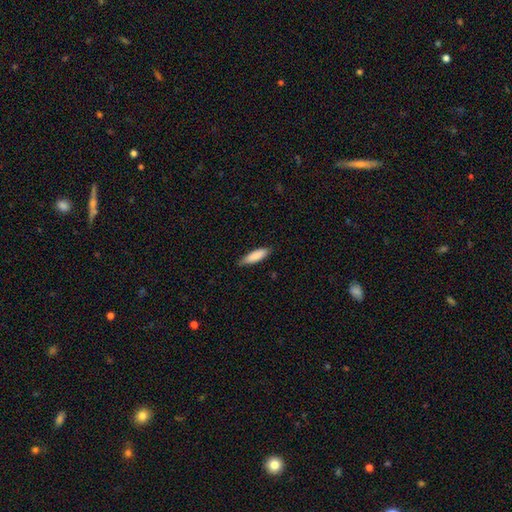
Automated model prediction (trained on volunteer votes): Morphology: type=smooth (87%); roundness=cigar-shaped (57%); merging=none (84%).